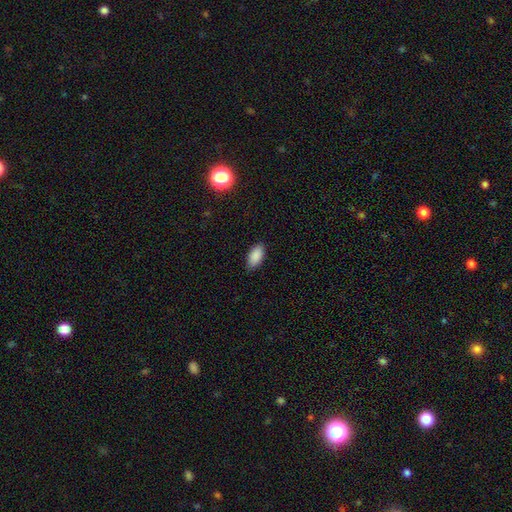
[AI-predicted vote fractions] smooth-or-featured: smooth: 89% | star or artifact: 7% | featured or disk: 4%
  how-rounded: in between: 93% | cigar-shaped: 5% | round: 2%
  merging: none: 88% | minor disturbance: 9% | major disturbance: 2% | merger: 1%